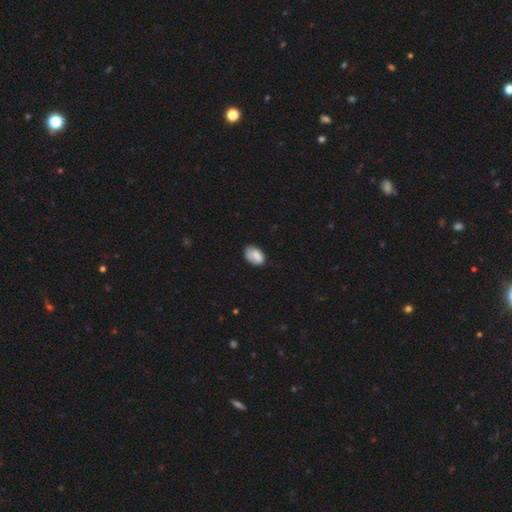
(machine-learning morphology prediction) Q: Smooth or featured?
A: smooth (80%); runner-up: featured or disk (12%)
Q: How rounded?
A: in between (86%); runner-up: round (13%)
Q: Merging?
A: none (63%); runner-up: minor disturbance (27%)